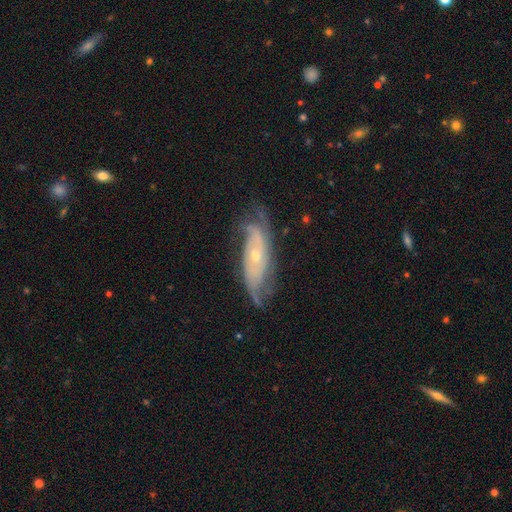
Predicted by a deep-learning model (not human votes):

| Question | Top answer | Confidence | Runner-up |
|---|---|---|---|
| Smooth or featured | featured or disk | 83% | smooth (11%) |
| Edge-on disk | no | 86% | yes (14%) |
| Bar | no | 73% | weak (20%) |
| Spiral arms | yes | 93% | no (7%) |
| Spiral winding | tight | 46% | medium (37%) |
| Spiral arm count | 2 | 39% | can't tell (30%) |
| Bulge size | small | 55% | moderate (42%) |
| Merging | none | 66% | minor disturbance (22%) |